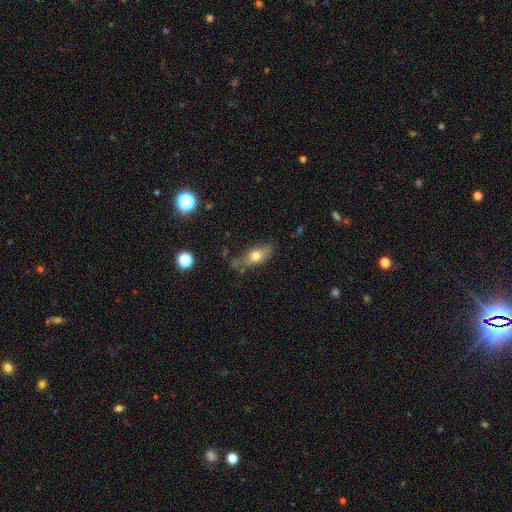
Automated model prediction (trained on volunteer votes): A smooth galaxy with no disk features (66%) that is in between round and cigar-shaped (73%).

Vote fractions:
- Smooth or featured? smooth: 66% / featured or disk: 25% / star or artifact: 9%
- How rounded? in between: 73% / cigar-shaped: 18% / round: 9%
- Merging? none: 54% / minor disturbance: 28% / major disturbance: 11% / merger: 7%